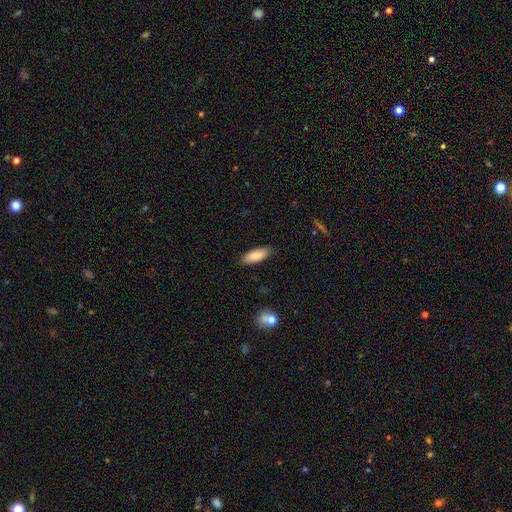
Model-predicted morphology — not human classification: Smooth or featured?
  - smooth: 87% *
  - featured or disk: 7%
  - star or artifact: 6%
How rounded?
  - in between: 64% *
  - cigar-shaped: 34%
  - round: 2%
Merging?
  - none: 86% *
  - minor disturbance: 11%
  - major disturbance: 2%
  - merger: 1%